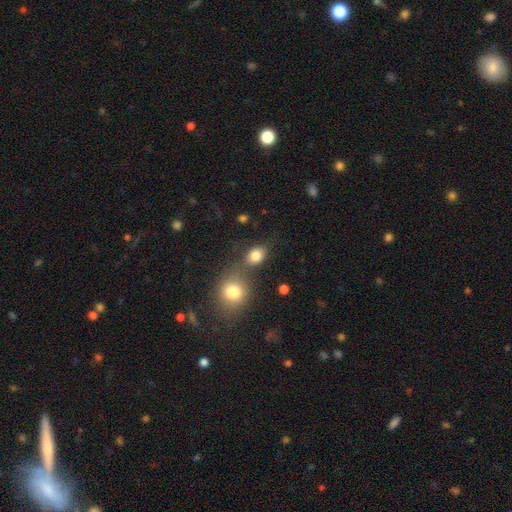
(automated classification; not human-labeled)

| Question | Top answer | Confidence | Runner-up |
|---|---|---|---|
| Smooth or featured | smooth | 82% | star or artifact (11%) |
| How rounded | in between | 59% | round (39%) |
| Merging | none | 55% | merger (28%) |